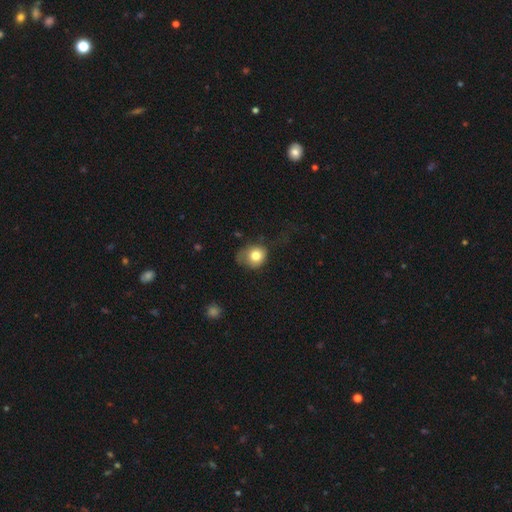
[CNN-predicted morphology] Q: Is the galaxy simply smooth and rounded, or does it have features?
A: smooth — 77%.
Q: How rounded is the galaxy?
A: round — 68%.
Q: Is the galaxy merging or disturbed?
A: none — 41%.